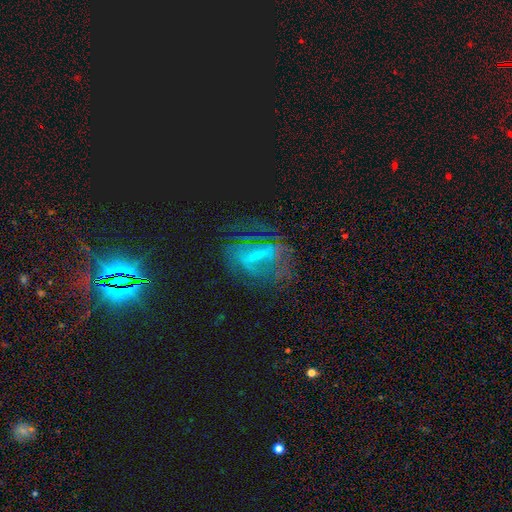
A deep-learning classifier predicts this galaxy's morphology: A featured or disk galaxy (55%).

Vote fractions:
- Smooth or featured? featured or disk: 55% / star or artifact: 25% / smooth: 20%
- Edge-on disk? no: 89% / yes: 11%
- Merging? none: 55% / major disturbance: 24% / minor disturbance: 19% / merger: 2%